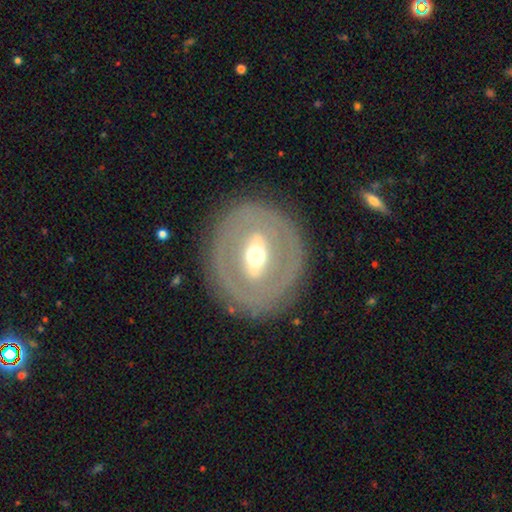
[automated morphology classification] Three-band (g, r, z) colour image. It shows a featured or disk galaxy (66%) with a strong bar (44%), no spiral arms (83%) and a moderate central bulge (66%). Merging: none (83%).